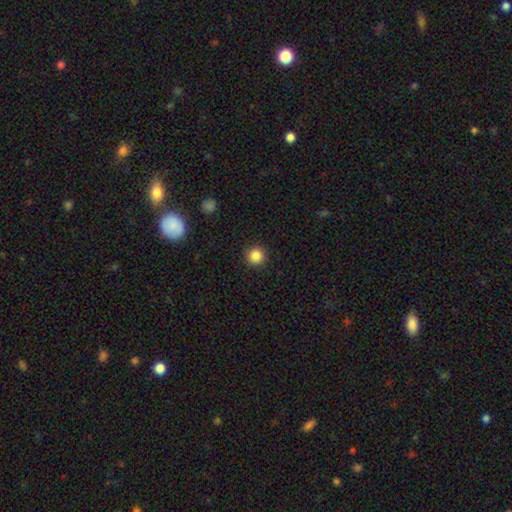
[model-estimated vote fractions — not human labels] Overall: smooth (86%). How rounded: round (96%). Merging: none (92%).